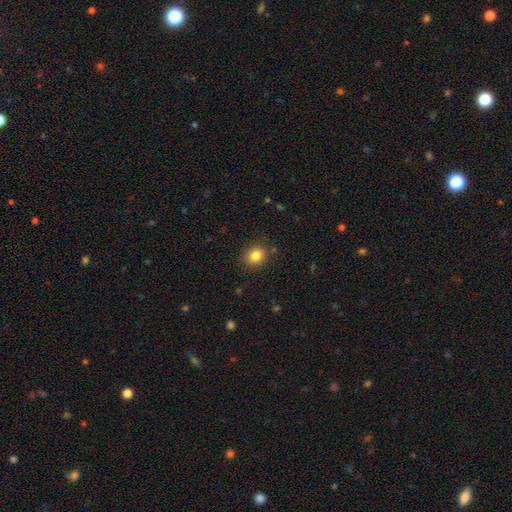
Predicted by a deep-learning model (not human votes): Smooth or featured? Predicted: smooth (p=0.84). How rounded? Predicted: round (p=0.71). Merging? Predicted: none (p=0.88).